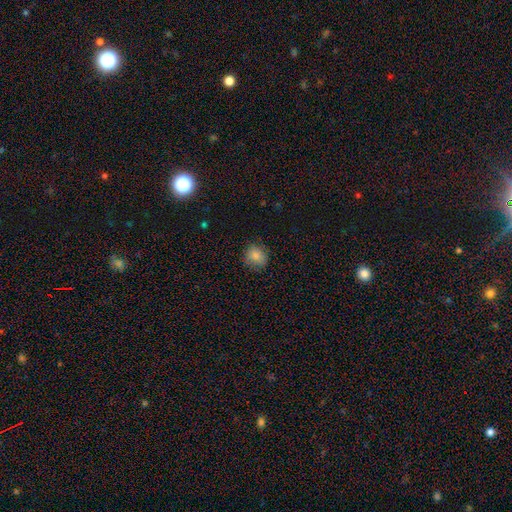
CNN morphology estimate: This is clearly a smooth galaxy (82%). How rounded: likely round (79%). Merging: likely none (79%).